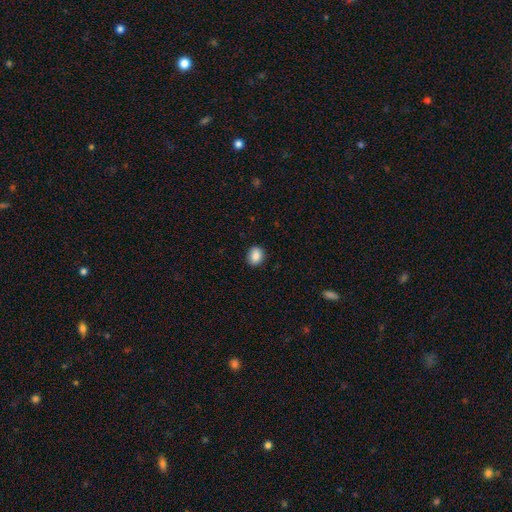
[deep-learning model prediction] A smooth galaxy with no disk features (87%) that is round (55%). Merging: none (89%).